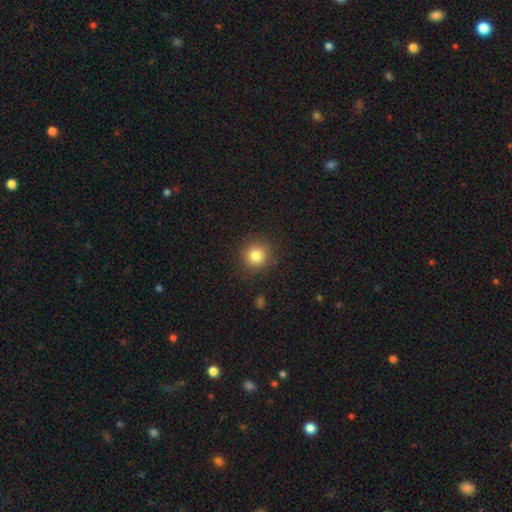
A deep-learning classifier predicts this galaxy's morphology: Smooth or featured: smooth — 83% (star or artifact — 11%)
How rounded: round — 90% (in between — 10%)
Merging: none — 86% (minor disturbance — 9%)